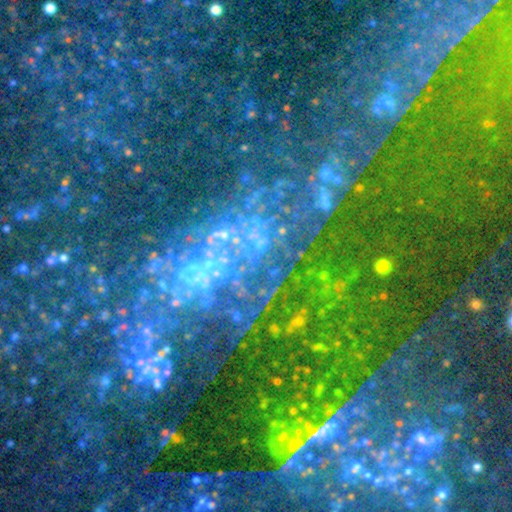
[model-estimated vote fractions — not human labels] Morphology: type=star or artifact (66%).